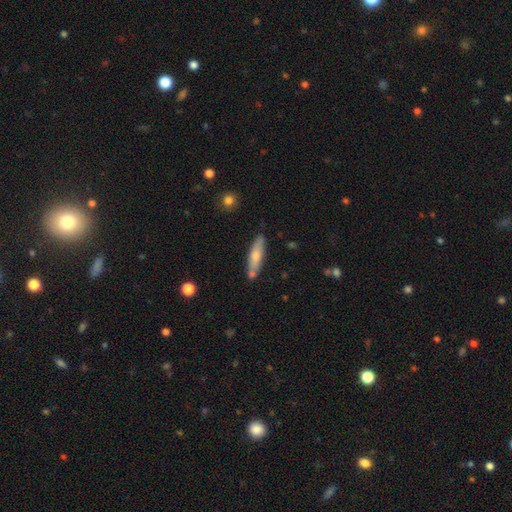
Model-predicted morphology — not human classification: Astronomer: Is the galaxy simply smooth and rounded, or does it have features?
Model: smooth — 65%.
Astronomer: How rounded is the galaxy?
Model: cigar-shaped — 75%.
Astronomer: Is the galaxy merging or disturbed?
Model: none — 77%.